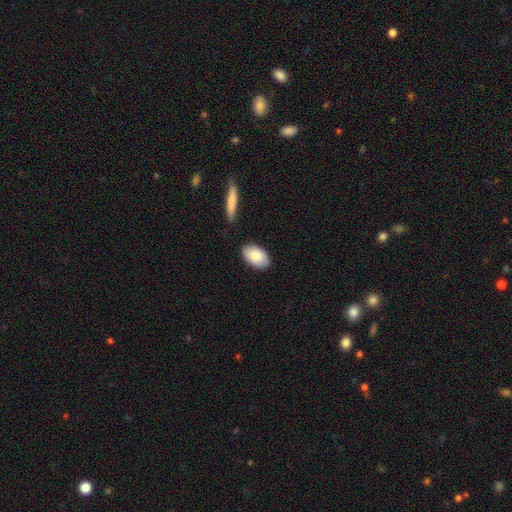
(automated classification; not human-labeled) A smooth galaxy with no disk features (83%) that is in between round and cigar-shaped (93%). Merging: none (85%).